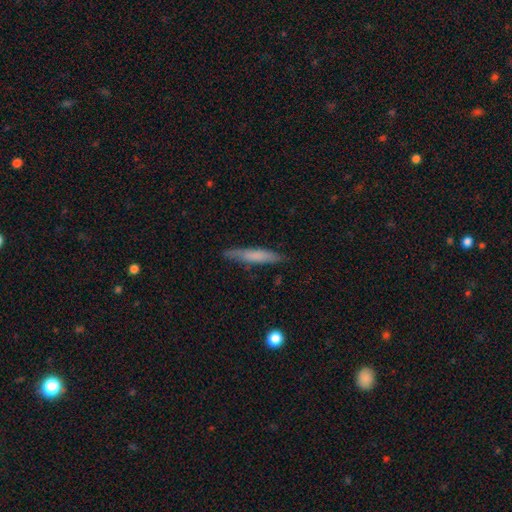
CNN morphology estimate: Overall: smooth (63%; featured or disk 30%). How rounded: cigar-shaped (91%). Merging: none (80%).